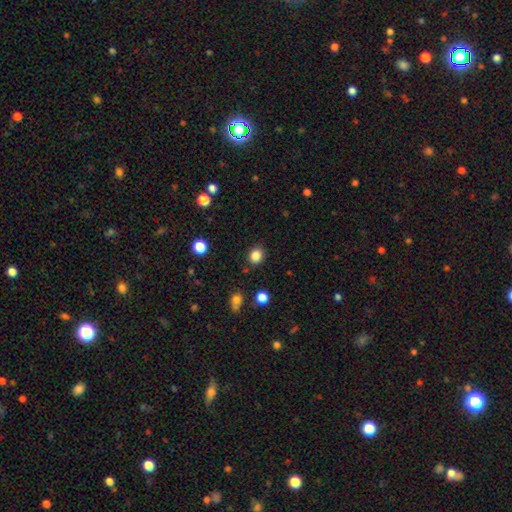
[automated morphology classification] type=smooth (84%); roundness=round (70%); merging=none (86%).